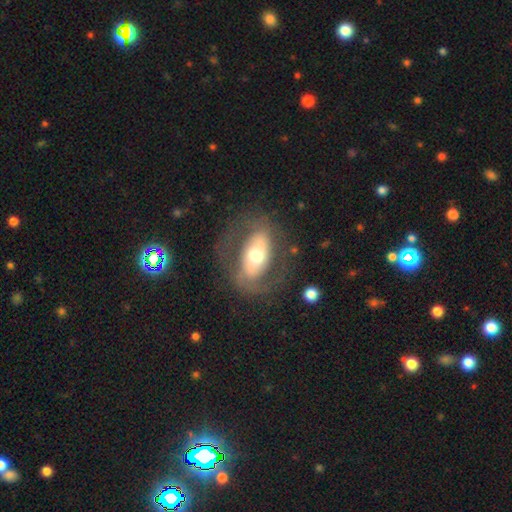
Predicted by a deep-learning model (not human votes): Smooth or featured? Predicted: featured or disk (p=0.66). Edge-on disk? Predicted: no (p=0.92). Bar? Predicted: strong (p=0.41). Spiral arms? Predicted: yes (p=0.58). Bulge size? Predicted: moderate (p=0.65). Merging? Predicted: none (p=0.71).